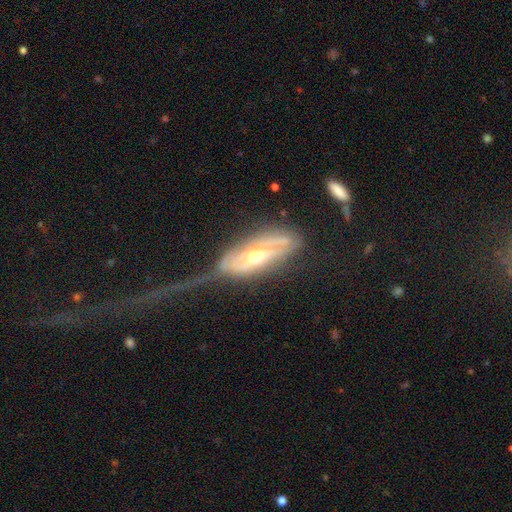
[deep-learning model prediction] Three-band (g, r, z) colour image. It shows a featured or disk galaxy (73%) with no bar (59%), spiral arms (64%) and a moderate central bulge (71%). Merging: major disturbance (50%).